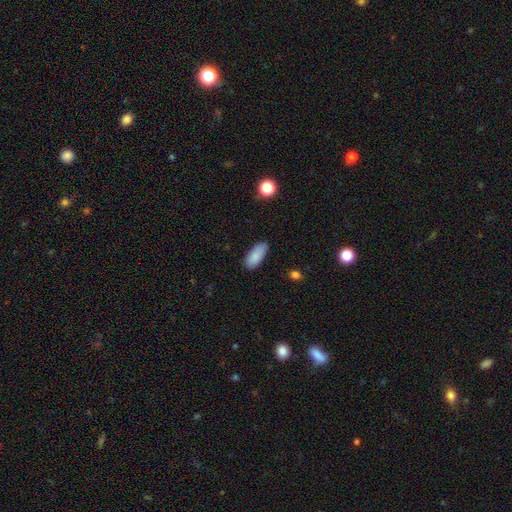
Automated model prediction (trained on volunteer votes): A smooth galaxy with no disk features (87%) that is in between round and cigar-shaped (85%). Merging: none (80%).